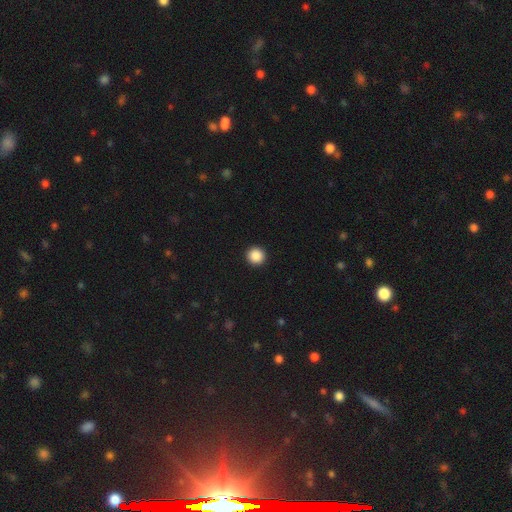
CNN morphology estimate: Smooth or featured: smooth — 88% (star or artifact — 9%)
How rounded: round — 96% (in between — 3%)
Merging: none — 94% (minor disturbance — 4%)